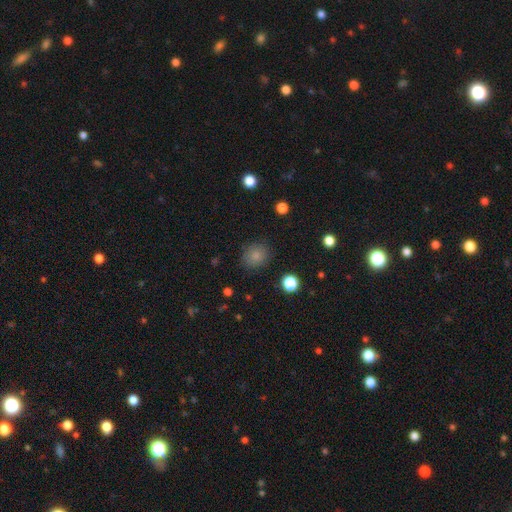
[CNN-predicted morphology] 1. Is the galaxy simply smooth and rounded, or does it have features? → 82% smooth, 12% star or artifact, 6% featured or disk.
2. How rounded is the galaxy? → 74% round, 25% in between, 1% cigar-shaped.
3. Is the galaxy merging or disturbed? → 85% none, 10% minor disturbance, 3% major disturbance, 2% merger.